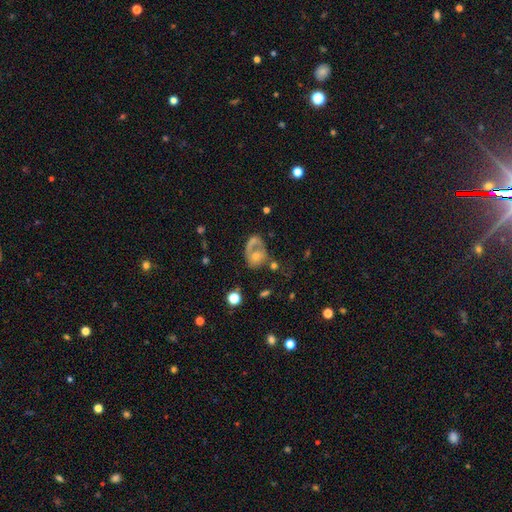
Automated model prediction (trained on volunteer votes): Smooth or featured?
  - featured or disk: 50% *
  - smooth: 36%
  - star or artifact: 14%
Edge-on disk?
  - no: 96% *
  - yes: 4%
Merging?
  - none: 36% *
  - major disturbance: 31%
  - minor disturbance: 19%
  - merger: 14%